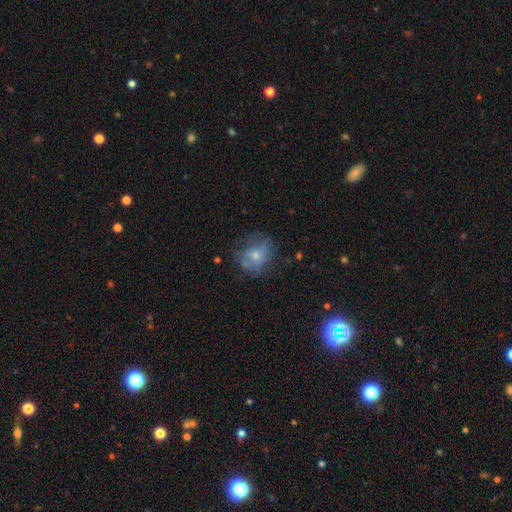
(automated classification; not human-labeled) Morphology: type=smooth (52%); roundness=round (67%); merging=none (58%).